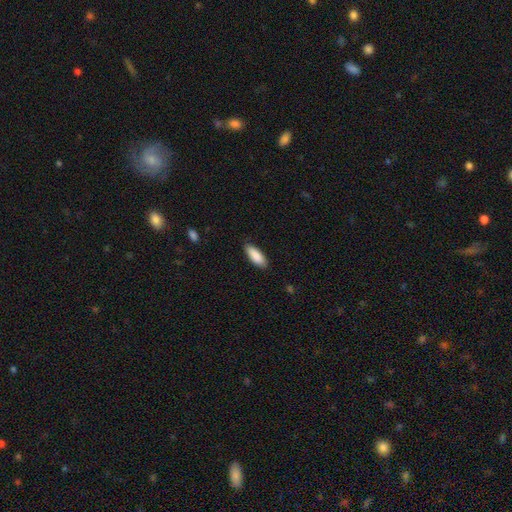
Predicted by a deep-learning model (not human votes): Smooth or featured: smooth — 89% (featured or disk — 6%)
How rounded: in between — 71% (cigar-shaped — 27%)
Merging: none — 86% (minor disturbance — 11%)